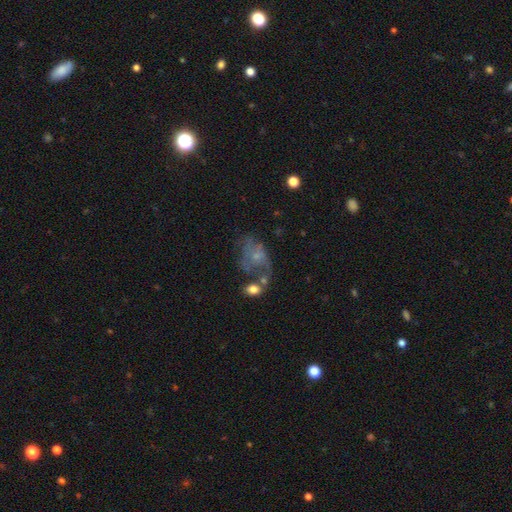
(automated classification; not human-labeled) The model was most divided on "merging": major disturbance: 35%, none: 26%, minor disturbance: 20%, merger: 18%. More confident: edge-on disk — no (97%); bar — no (82%); bulge size — small (59%); spiral arms — no (57%); smooth or featured — featured or disk (52%).